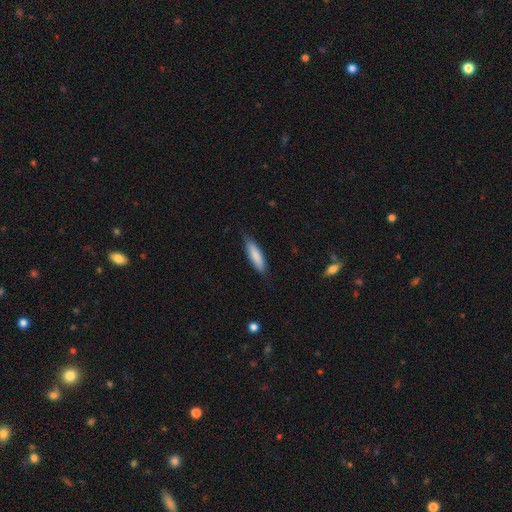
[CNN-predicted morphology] This is clearly a smooth galaxy (84%). How rounded: likely cigar-shaped (66%). Merging: clearly none (81%).